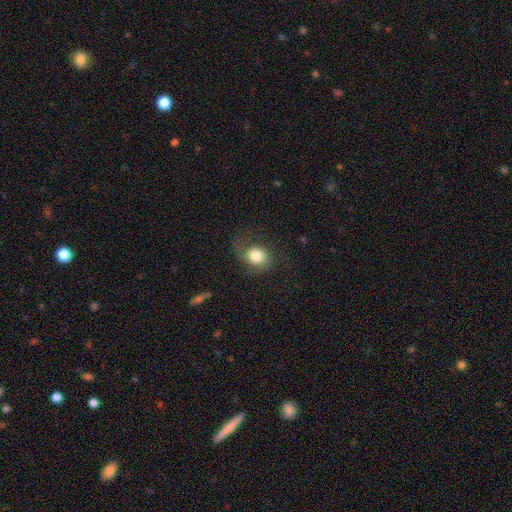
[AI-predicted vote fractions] Smooth or featured?
  - smooth: 70% *
  - featured or disk: 21%
  - star or artifact: 9%
How rounded?
  - round: 59% *
  - in between: 40%
  - cigar-shaped: 1%
Merging?
  - none: 48% *
  - major disturbance: 27%
  - minor disturbance: 23%
  - merger: 2%